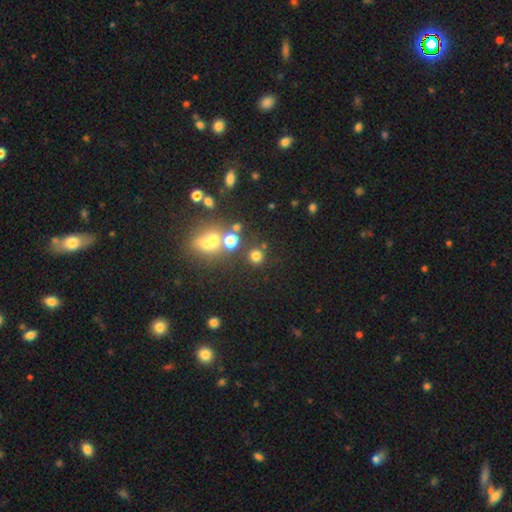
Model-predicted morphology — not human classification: Overall: smooth (73%). How rounded: round (90%). Merging: none (78%).